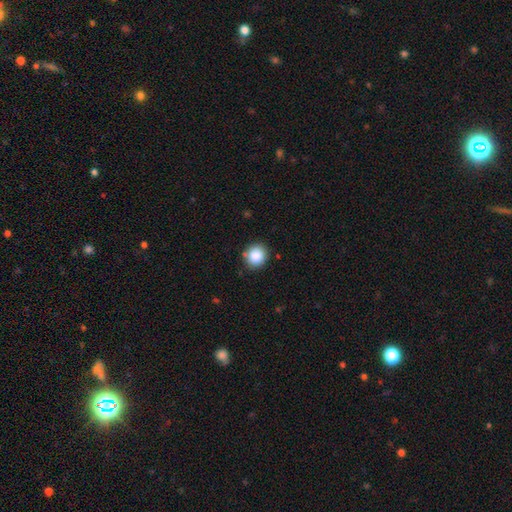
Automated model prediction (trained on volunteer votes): Smooth or featured? smooth (86%)
How rounded? round (87%)
Merging? none (86%)